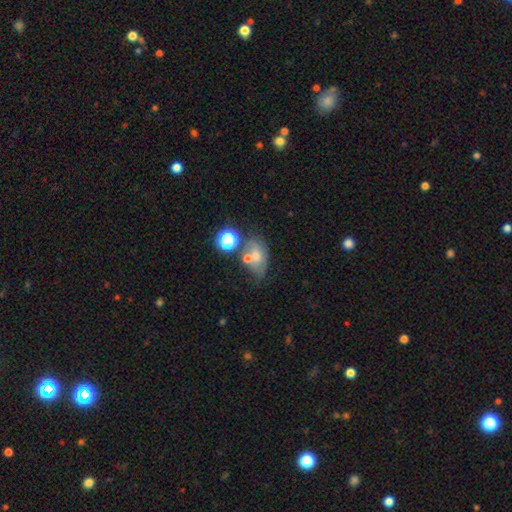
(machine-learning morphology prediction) The model was most divided on "smooth or featured": smooth: 42%, featured or disk: 31%, star or artifact: 27%. Remaining: merging — none (46%).